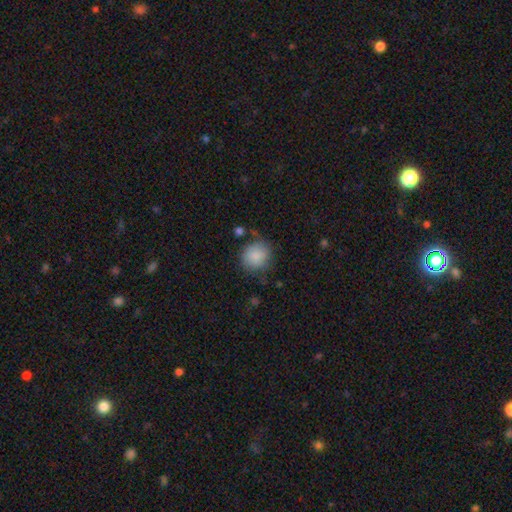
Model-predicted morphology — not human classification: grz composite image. It shows a smooth galaxy with no disk features (87%) that is round (84%). Merging: none (75%).